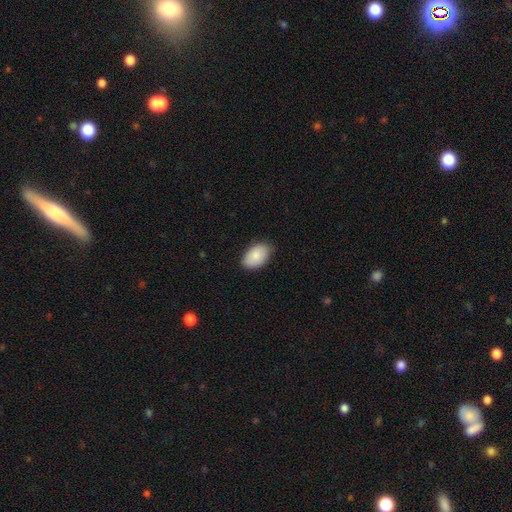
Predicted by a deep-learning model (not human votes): Smooth or featured: smooth — 88% (featured or disk — 6%)
How rounded: in between — 93% (round — 6%)
Merging: none — 84% (minor disturbance — 13%)